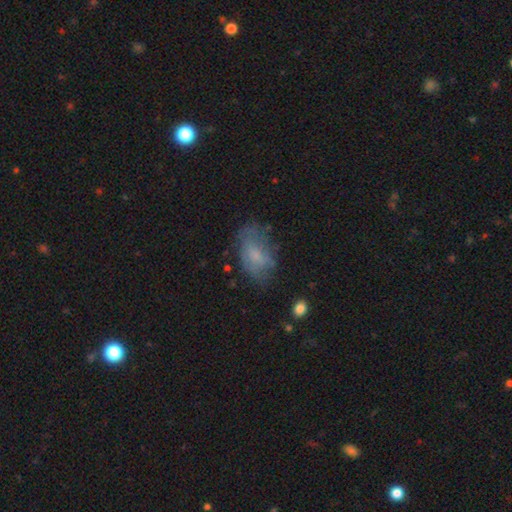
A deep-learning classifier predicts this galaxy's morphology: A smooth galaxy with no disk features (58%) that is in between round and cigar-shaped (90%). Merging: none (56%).